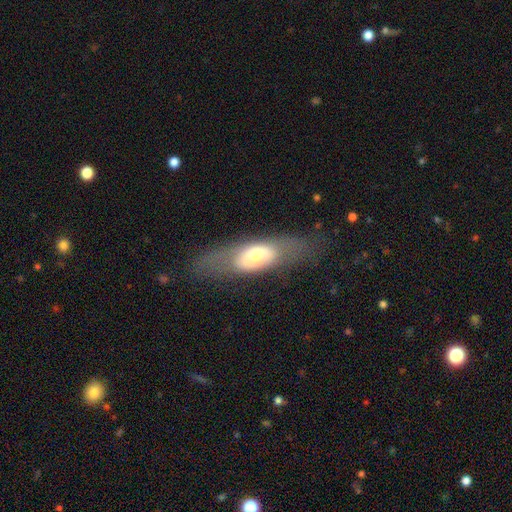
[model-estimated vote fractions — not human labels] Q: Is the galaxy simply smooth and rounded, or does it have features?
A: smooth — 48%.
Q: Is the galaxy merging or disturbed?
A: none — 64%.